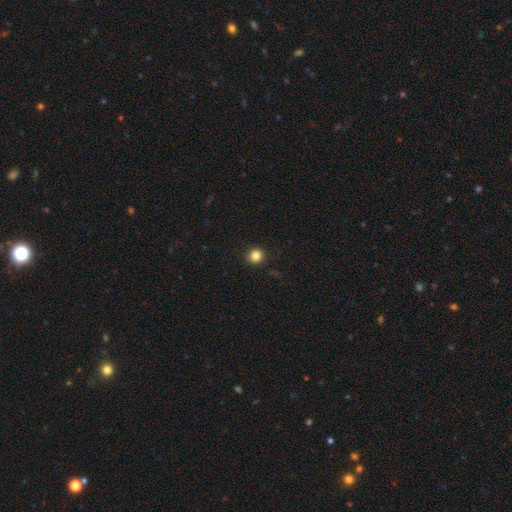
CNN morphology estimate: Smooth or featured: smooth — 85% (star or artifact — 11%)
How rounded: round — 92% (in between — 7%)
Merging: none — 91% (minor disturbance — 6%)